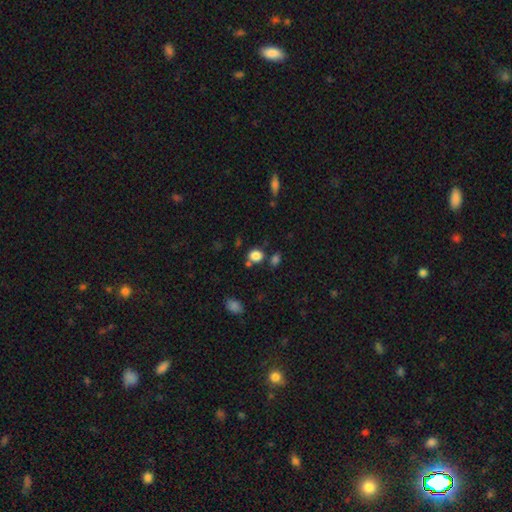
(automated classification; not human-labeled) Smooth or featured? Predicted: smooth (p=0.83). How rounded? Predicted: round (p=0.63). Merging? Predicted: none (p=0.71).